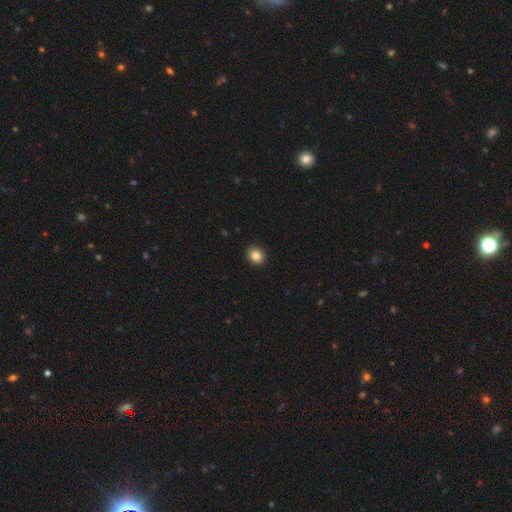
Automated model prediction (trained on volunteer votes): Morphology: type=smooth (85%); roundness=round (71%); merging=none (91%).